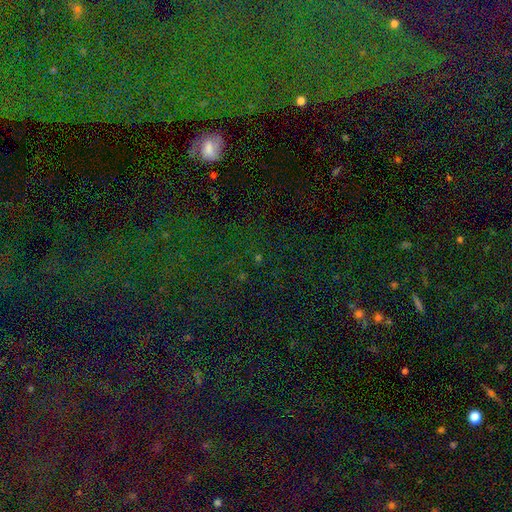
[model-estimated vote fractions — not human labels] Smooth or featured?
  - star or artifact: 71% *
  - smooth: 17%
  - featured or disk: 12%